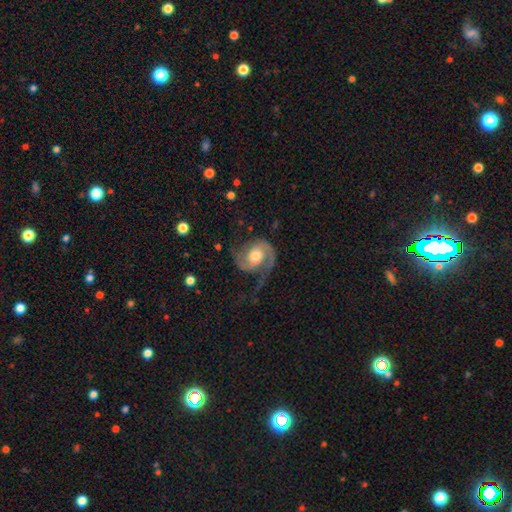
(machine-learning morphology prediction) Smooth or featured? featured or disk (88%)
Edge-on disk? no (98%)
Bar? no (63%)
Spiral arms? yes (97%)
Spiral winding? medium (50%)
Spiral arm count? 2 (83%)
Bulge size? moderate (65%)
Merging? none (57%)